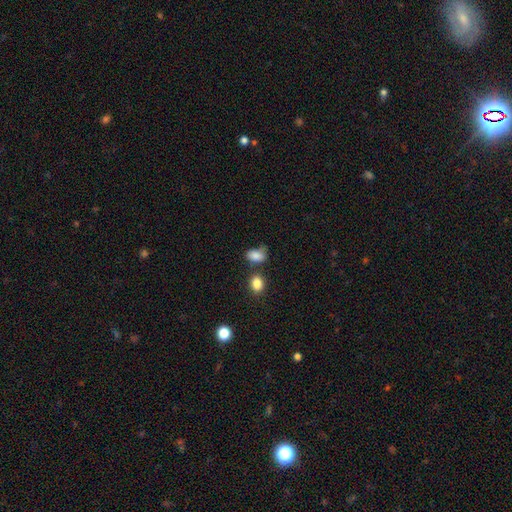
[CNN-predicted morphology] Smooth or featured?
  - smooth: 84% *
  - star or artifact: 10%
  - featured or disk: 6%
How rounded?
  - in between: 81% *
  - round: 17%
  - cigar-shaped: 2%
Merging?
  - none: 48% *
  - minor disturbance: 25%
  - merger: 18%
  - major disturbance: 9%